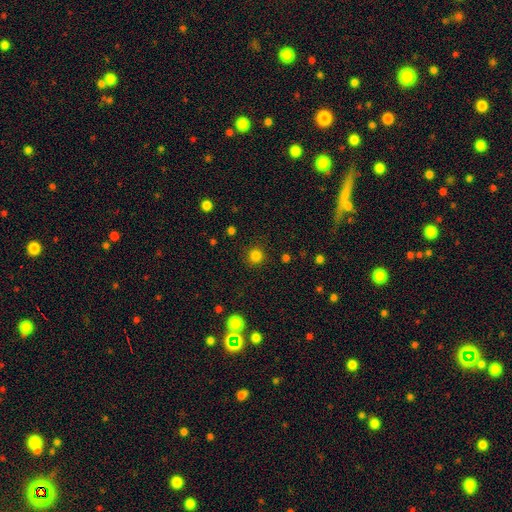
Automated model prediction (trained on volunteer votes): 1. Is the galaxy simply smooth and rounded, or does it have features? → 83% smooth, 14% star or artifact, 3% featured or disk.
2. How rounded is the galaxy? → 94% round, 5% in between, 1% cigar-shaped.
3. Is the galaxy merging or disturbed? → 90% none, 6% minor disturbance, 2% major disturbance, 1% merger.